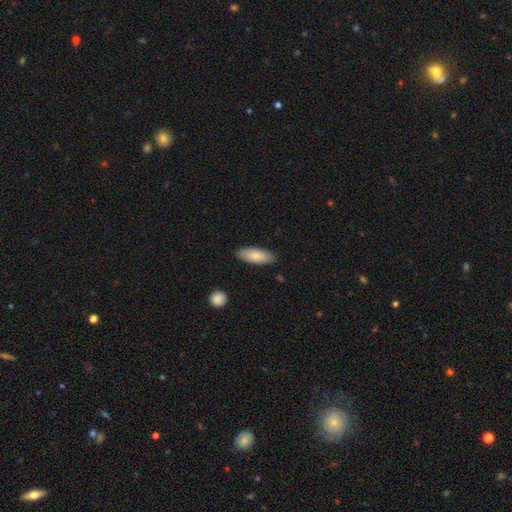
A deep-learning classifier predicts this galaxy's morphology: Smooth or featured? smooth (81%)
How rounded? in between (75%)
Merging? none (87%)